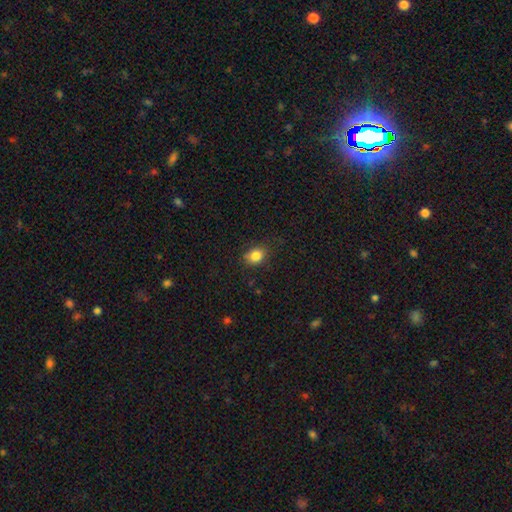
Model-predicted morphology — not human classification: A smooth galaxy with no disk features (84%) that is in between round and cigar-shaped (55%). Merging: none (78%).